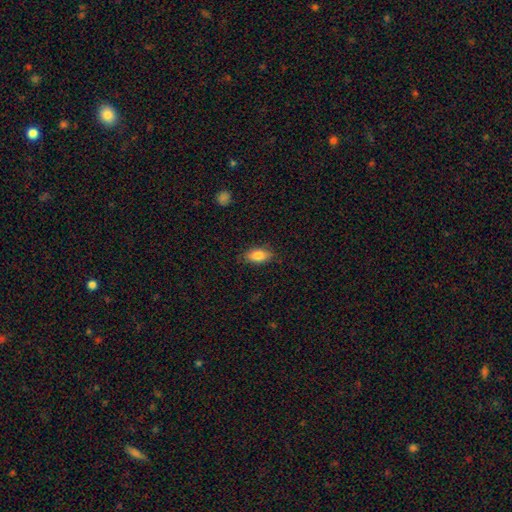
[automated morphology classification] smooth 84%, featured or disk 8%, star or artifact 7%. Down the decision tree: how rounded — in between (89%); merging — none (85%).